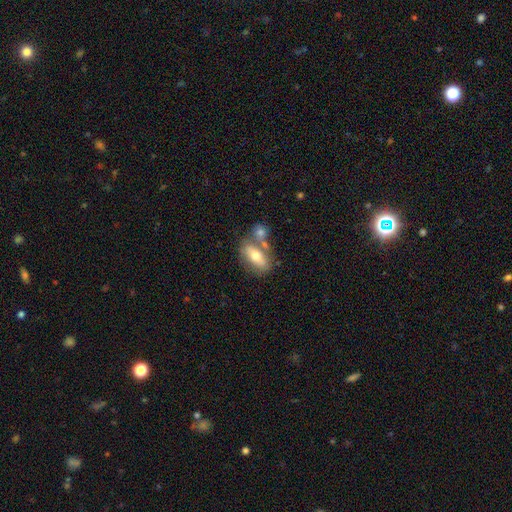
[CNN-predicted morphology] This is possibly a smooth galaxy (59%). How rounded: clearly in between (82%). Merging: possibly none (48%).